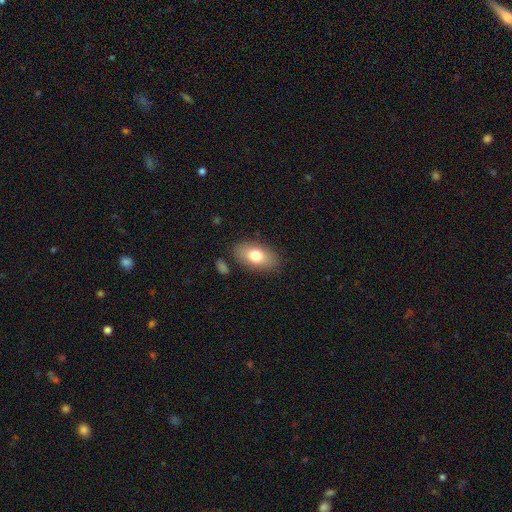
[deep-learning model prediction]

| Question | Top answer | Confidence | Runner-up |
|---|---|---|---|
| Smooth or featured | smooth | 75% | featured or disk (17%) |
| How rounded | in between | 90% | round (7%) |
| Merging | none | 83% | minor disturbance (11%) |